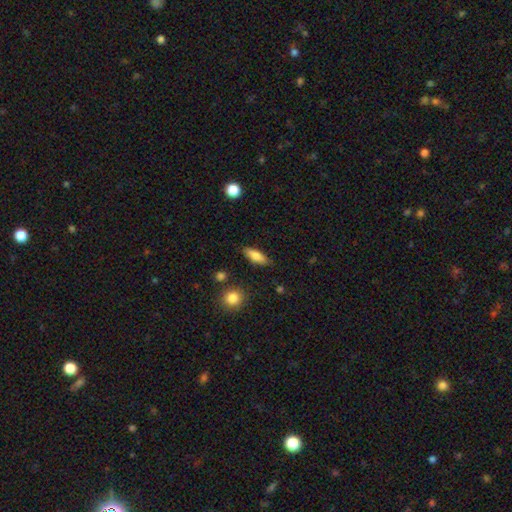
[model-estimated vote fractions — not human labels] The model was most divided on "how rounded": in between: 66%, cigar-shaped: 32%, round: 3%. More confident: merging — none (85%); smooth or featured — smooth (79%).